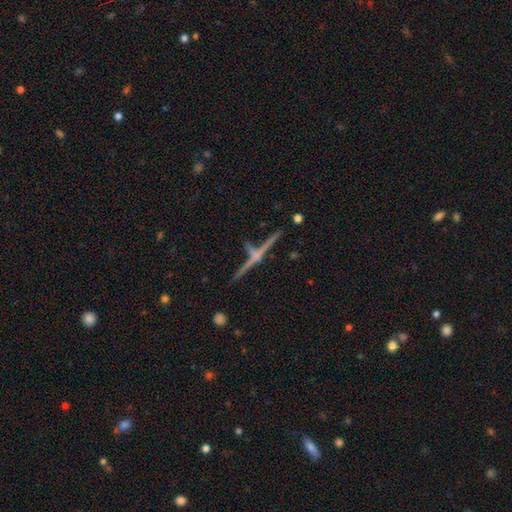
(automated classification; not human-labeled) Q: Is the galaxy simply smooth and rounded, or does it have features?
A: featured or disk — 78%.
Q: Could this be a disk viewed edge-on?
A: yes — 97%.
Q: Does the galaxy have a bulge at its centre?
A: rounded — 73%.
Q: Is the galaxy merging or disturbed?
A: none — 83%.